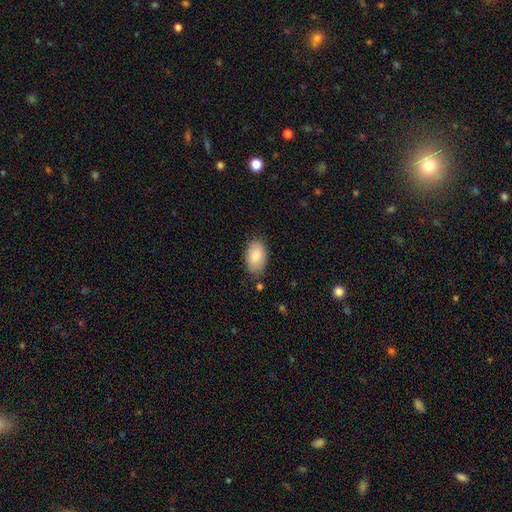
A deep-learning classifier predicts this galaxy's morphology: Smooth or featured?
  - smooth: 83% *
  - featured or disk: 11%
  - star or artifact: 7%
How rounded?
  - in between: 92% *
  - round: 6%
  - cigar-shaped: 1%
Merging?
  - none: 82% *
  - minor disturbance: 13%
  - major disturbance: 3%
  - merger: 2%